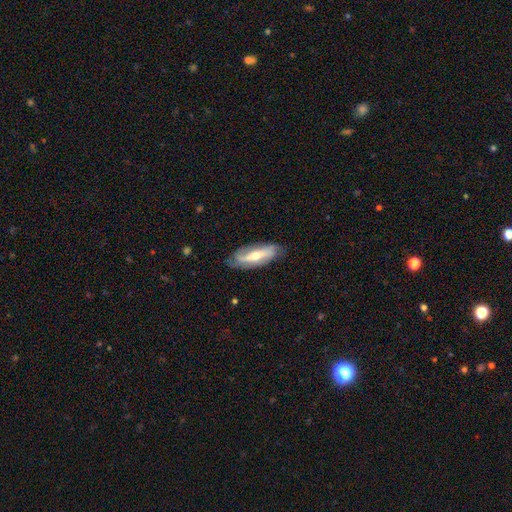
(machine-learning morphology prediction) This is likely a featured or disk galaxy (69%). It is likely not viewed edge-on (76%). Bar: marginally strong (41%). Spiral arm pattern: clearly yes (80%). Central bulge: likely moderate (62%). Merging: likely none (78%).